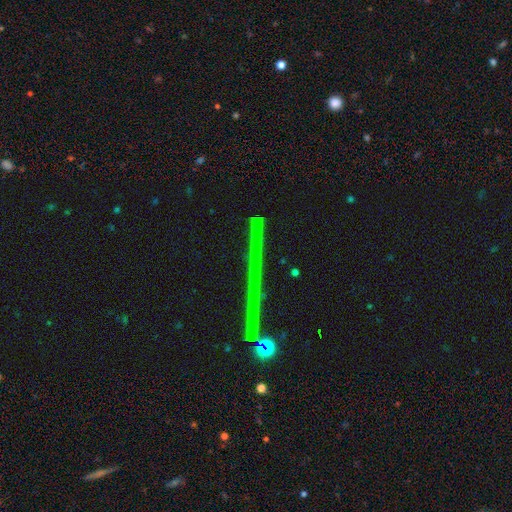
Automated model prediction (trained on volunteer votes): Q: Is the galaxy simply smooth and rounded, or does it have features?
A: star or artifact — 71%.